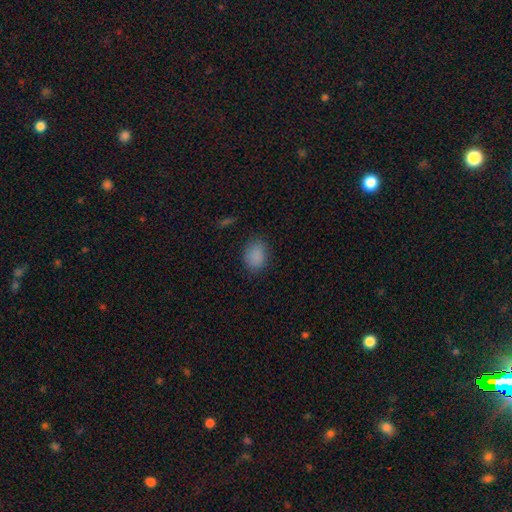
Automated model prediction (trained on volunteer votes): Overall: smooth (85%). How rounded: in between (61%; round 38%). Merging: none (80%).